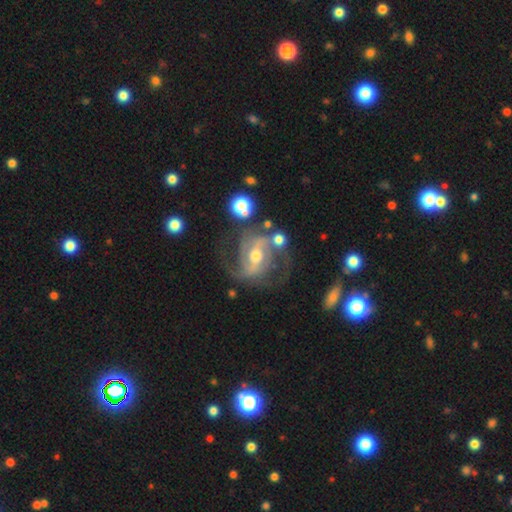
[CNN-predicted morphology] The model was most divided on "bar": strong: 47%, weak: 36%, no: 17%. More confident: edge-on disk — no (96%); spiral arms — yes (94%); smooth or featured — featured or disk (87%); spiral arm count — 2 (69%); bulge size — moderate (64%); merging — none (60%); spiral winding — medium (50%).